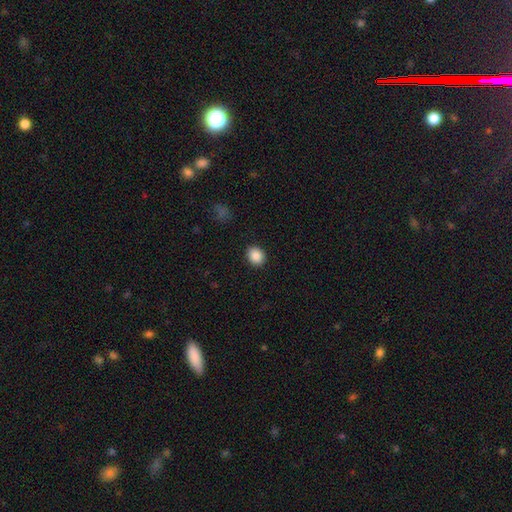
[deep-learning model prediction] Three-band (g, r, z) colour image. It shows a smooth galaxy with no disk features (88%) that is round (60%). Merging: none (90%).